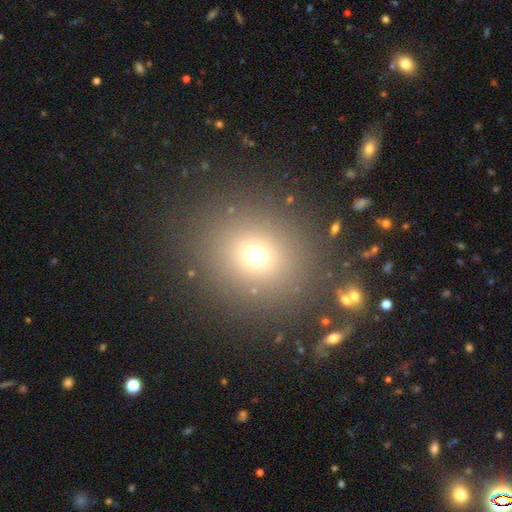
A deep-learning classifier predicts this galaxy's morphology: Overall: smooth (67%). How rounded: round (78%). Merging: none (84%).